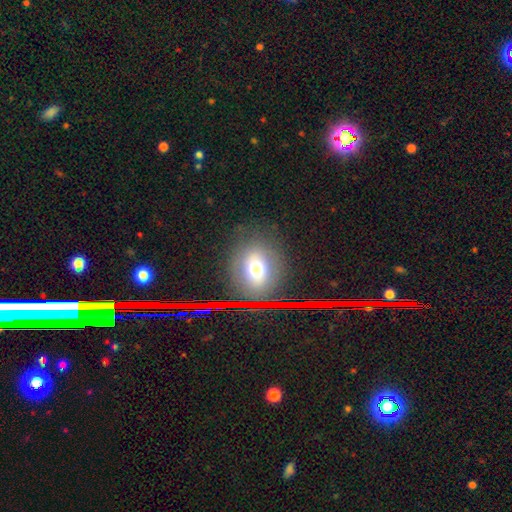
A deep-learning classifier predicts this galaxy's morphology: Q: Smooth or featured?
A: smooth (41%); runner-up: star or artifact (35%)
Q: Merging?
A: none (80%); runner-up: minor disturbance (11%)